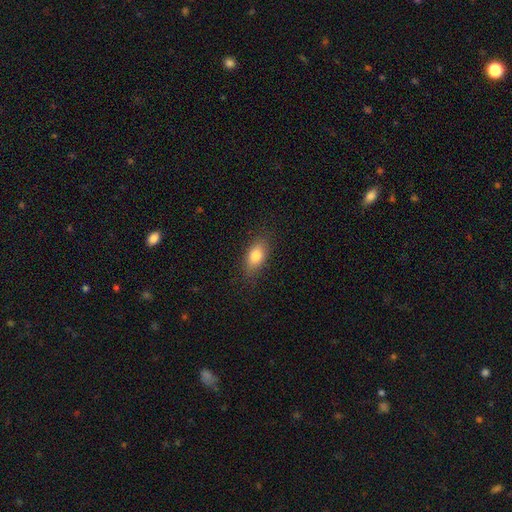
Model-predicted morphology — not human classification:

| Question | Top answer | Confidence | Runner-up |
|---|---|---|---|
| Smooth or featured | smooth | 80% | featured or disk (12%) |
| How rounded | in between | 84% | round (8%) |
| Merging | none | 84% | minor disturbance (12%) |